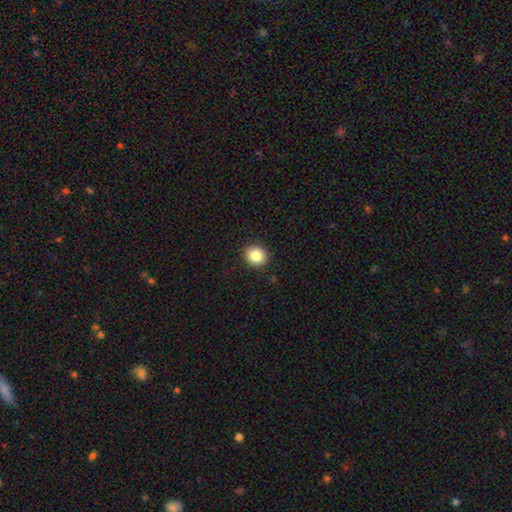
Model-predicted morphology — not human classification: smooth 86%, star or artifact 9%, featured or disk 4%. Down the decision tree: how rounded — round (82%); merging — none (91%).